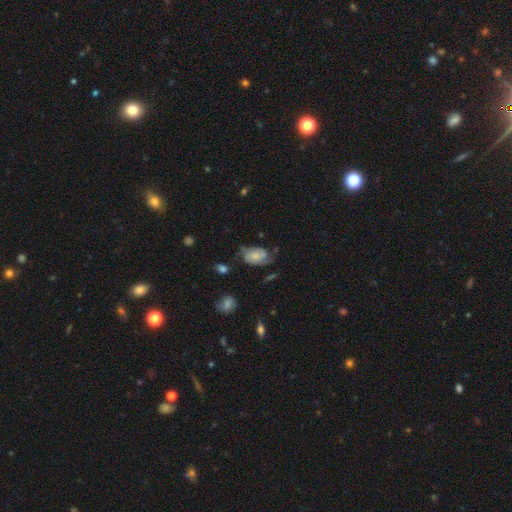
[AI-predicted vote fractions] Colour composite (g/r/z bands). It shows a featured or disk galaxy (51%). Merging: none (50%).